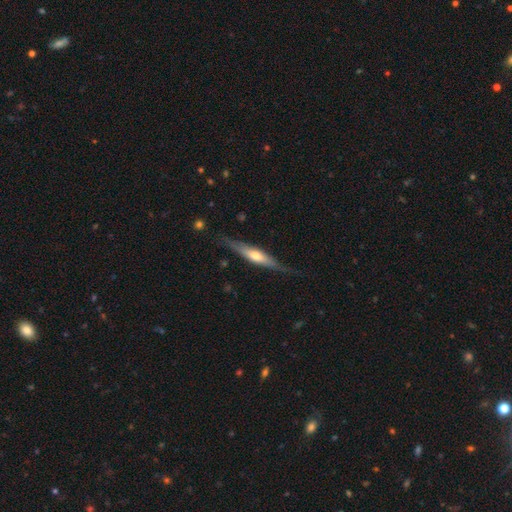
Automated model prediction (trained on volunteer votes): Smooth or featured? Predicted: featured or disk (p=0.59). Edge-on disk? Predicted: yes (p=0.90). Edge-on bulge? Predicted: rounded (p=0.79). Merging? Predicted: none (p=0.76).